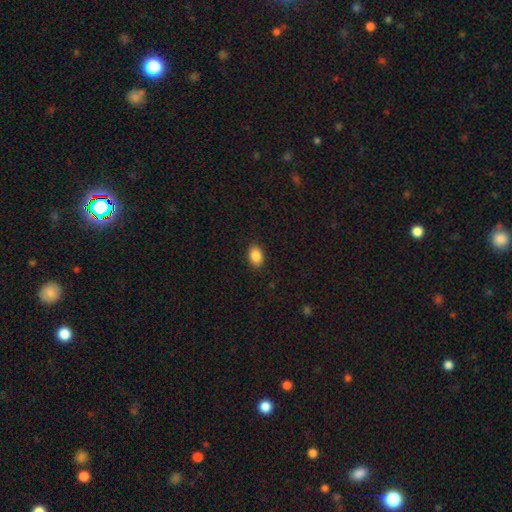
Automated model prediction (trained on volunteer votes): Morphology: type=smooth (89%); roundness=in between (83%); merging=none (89%).